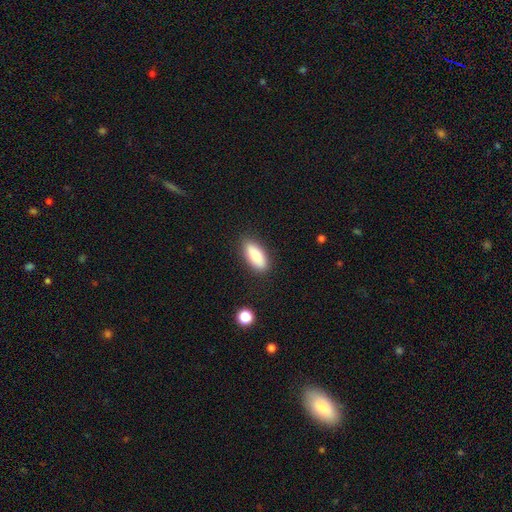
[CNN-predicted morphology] smooth_or_featured: smooth (p=0.82) [alt: featured or disk p=0.12]
how_rounded: in between (p=0.80) [alt: cigar-shaped p=0.18]
merging: none (p=0.86) [alt: minor disturbance p=0.10]